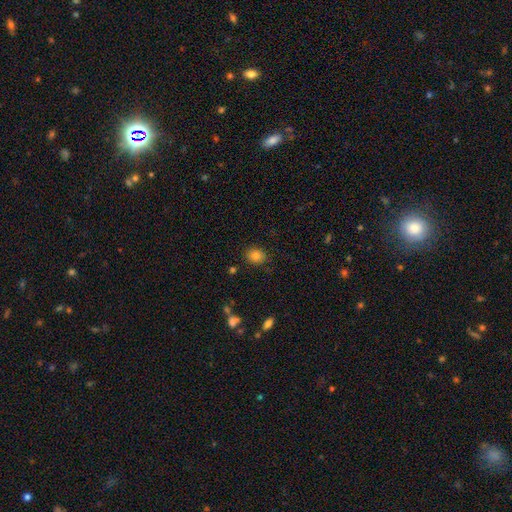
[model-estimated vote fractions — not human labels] Smooth or featured? smooth (82%)
How rounded? round (65%)
Merging? none (87%)